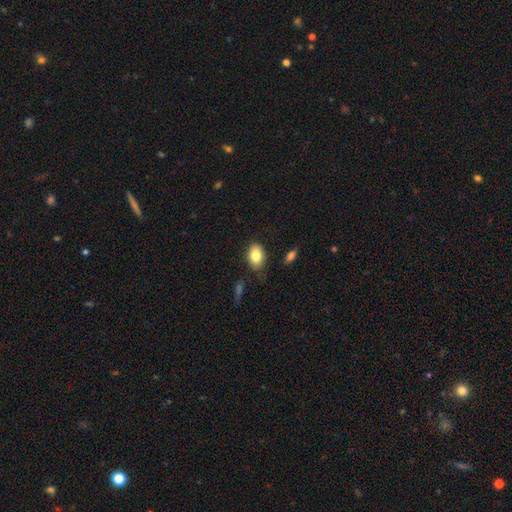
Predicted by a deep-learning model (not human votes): This is clearly a smooth galaxy (82%). How rounded: clearly in between (83%). Merging: clearly none (81%).